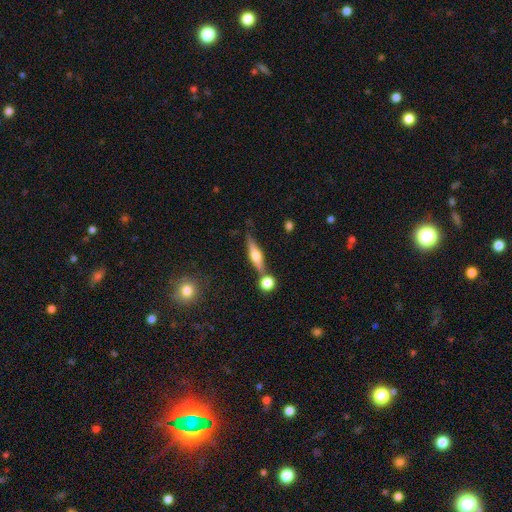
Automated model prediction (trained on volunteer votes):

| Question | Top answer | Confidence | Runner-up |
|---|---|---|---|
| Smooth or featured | featured or disk | 66% | smooth (27%) |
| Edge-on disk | yes | 95% | no (5%) |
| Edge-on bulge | rounded | 92% | boxy (6%) |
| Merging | none | 70% | merger (15%) |